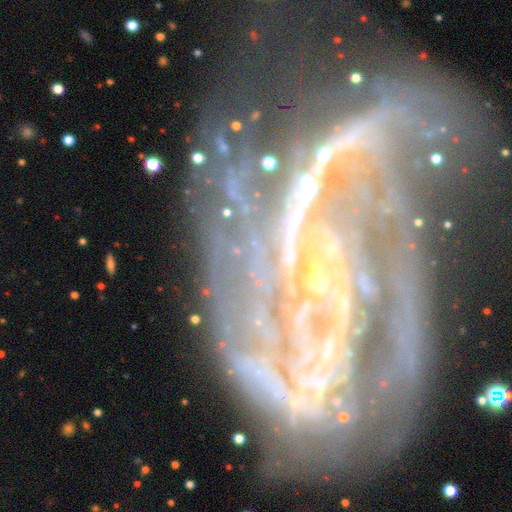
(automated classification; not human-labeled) Smooth or featured: featured or disk — 80% (star or artifact — 13%)
Edge-on disk: no — 96% (yes — 4%)
Bar: no — 46% (weak — 30%)
Spiral arms: yes — 89% (no — 11%)
Spiral winding: tight — 46% (medium — 36%)
Spiral arm count: 2 — 27% (can't tell — 24%)
Bulge size: small — 52% (none — 29%)
Merging: none — 43% (major disturbance — 30%)